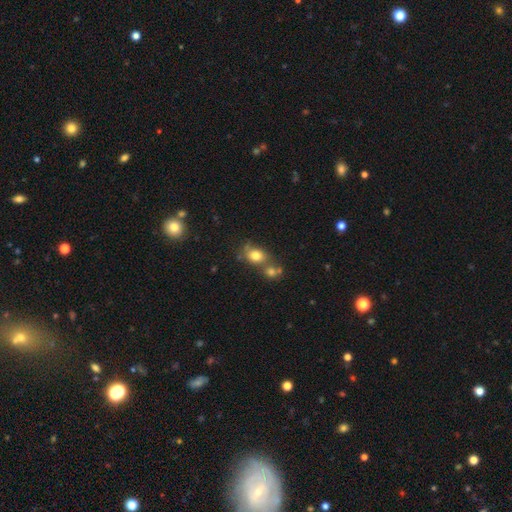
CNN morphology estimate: type=smooth (78%); roundness=in between (55%); merging=none (44%).